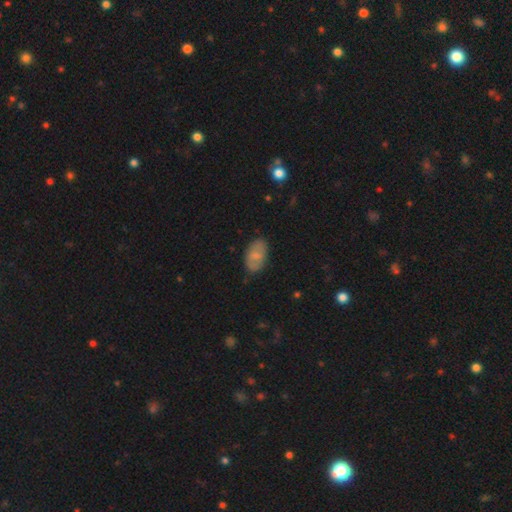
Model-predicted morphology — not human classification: smooth-or-featured: smooth: 67% | featured or disk: 26% | star or artifact: 7%
  how-rounded: in between: 92% | round: 6% | cigar-shaped: 2%
  merging: none: 79% | minor disturbance: 16% | major disturbance: 4% | merger: 1%